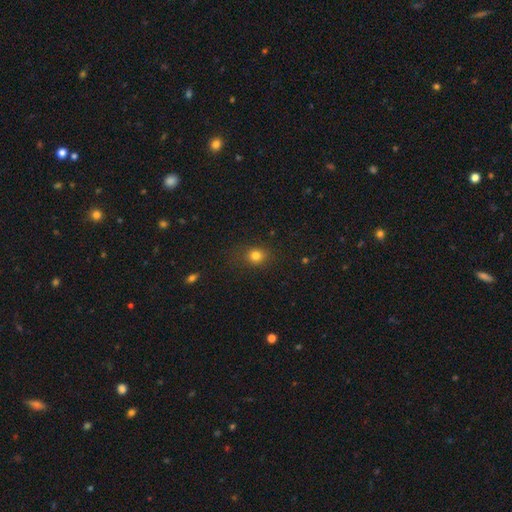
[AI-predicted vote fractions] smooth 79%, star or artifact 15%, featured or disk 6%. Down the decision tree: how rounded — round (72%); merging — none (82%).